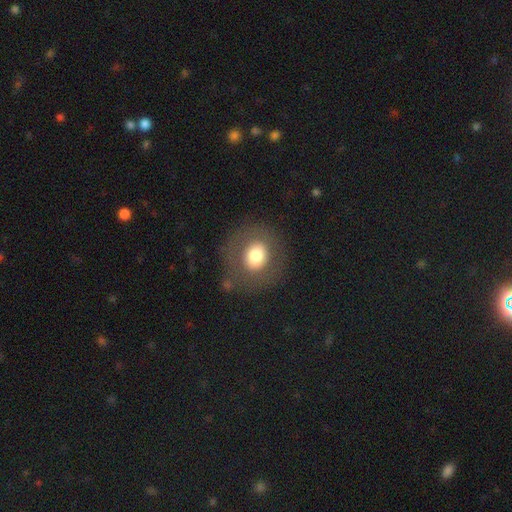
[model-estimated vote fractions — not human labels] The model was most divided on "smooth or featured": smooth: 70%, featured or disk: 20%, star or artifact: 10%. More confident: merging — none (79%); how rounded — round (78%).